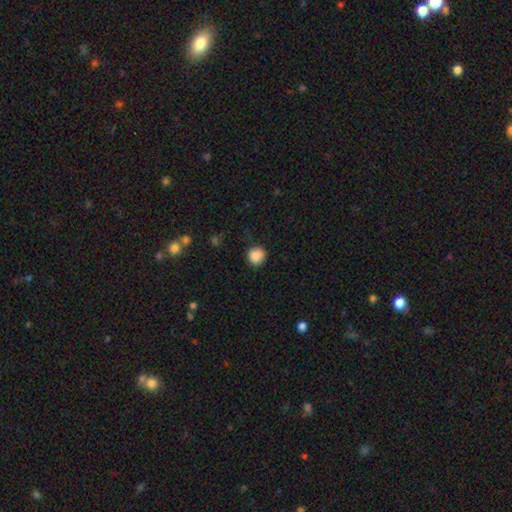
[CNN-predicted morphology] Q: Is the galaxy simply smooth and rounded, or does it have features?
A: smooth — 87%.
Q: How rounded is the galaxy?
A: round — 92%.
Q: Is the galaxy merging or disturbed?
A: none — 82%.